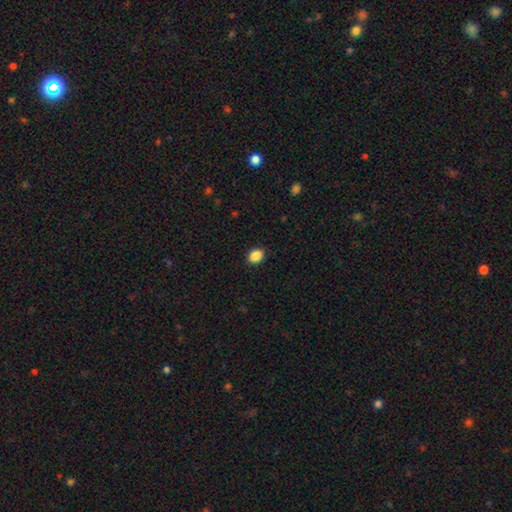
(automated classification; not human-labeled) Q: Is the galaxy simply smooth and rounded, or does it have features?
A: smooth — 89%.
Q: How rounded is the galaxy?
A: in between — 60%.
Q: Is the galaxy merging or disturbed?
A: none — 89%.